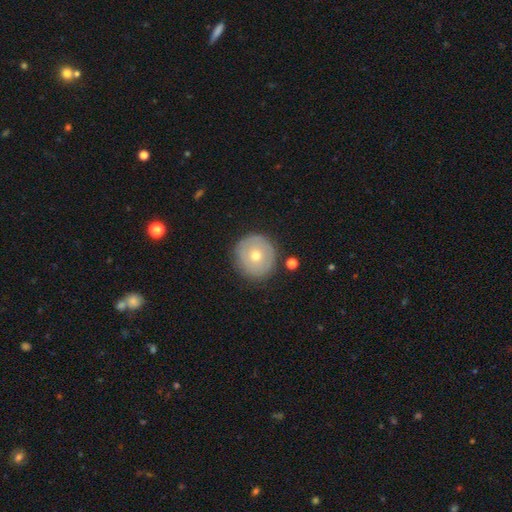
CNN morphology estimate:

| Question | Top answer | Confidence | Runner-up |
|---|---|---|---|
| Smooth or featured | smooth | 56% | featured or disk (36%) |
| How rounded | round | 95% | in between (4%) |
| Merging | none | 87% | minor disturbance (9%) |